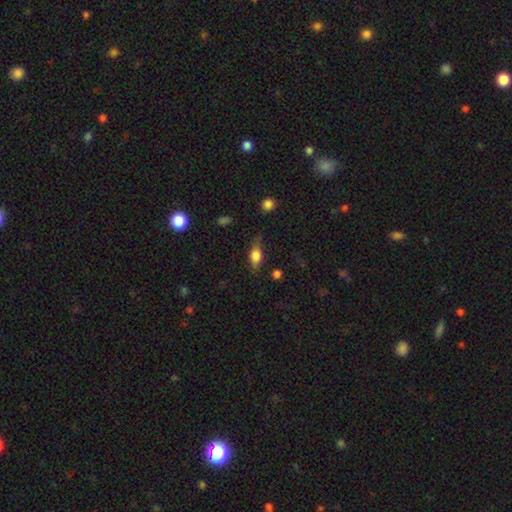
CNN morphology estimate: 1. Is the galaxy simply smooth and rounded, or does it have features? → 69% smooth, 22% featured or disk, 9% star or artifact.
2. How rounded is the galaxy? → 77% in between, 13% cigar-shaped, 10% round.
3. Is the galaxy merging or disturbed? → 71% none, 21% minor disturbance, 6% major disturbance, 2% merger.